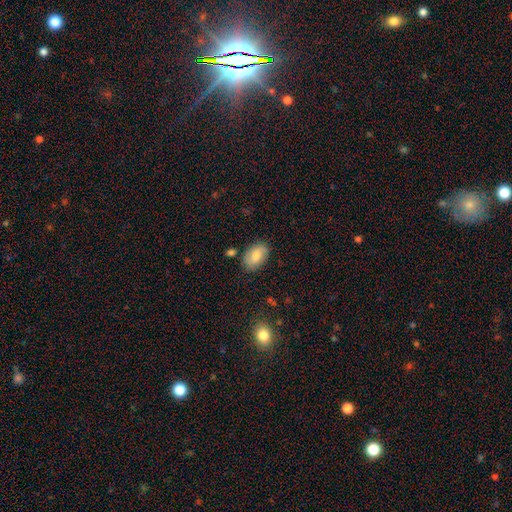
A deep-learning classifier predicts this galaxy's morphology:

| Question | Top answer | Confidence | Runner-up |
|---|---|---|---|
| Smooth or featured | smooth | 74% | featured or disk (19%) |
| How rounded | in between | 91% | round (8%) |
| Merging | none | 80% | minor disturbance (14%) |